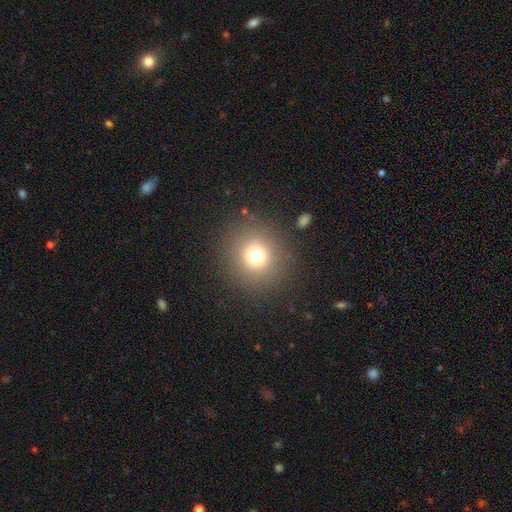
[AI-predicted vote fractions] Overall: smooth (72%). How rounded: round (90%). Merging: none (87%).